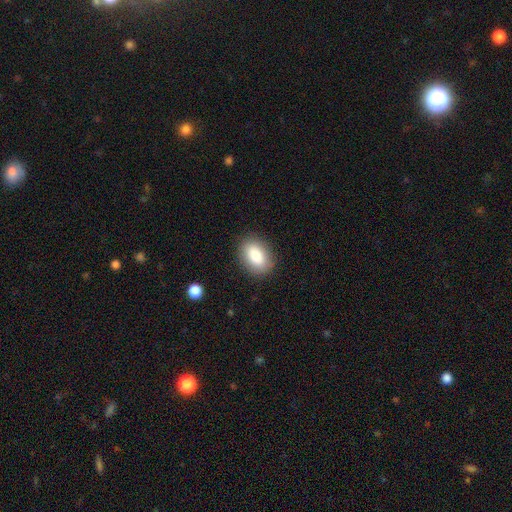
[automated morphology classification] smooth 85%, featured or disk 8%, star or artifact 7%. Down the decision tree: how rounded — in between (83%); merging — none (87%).